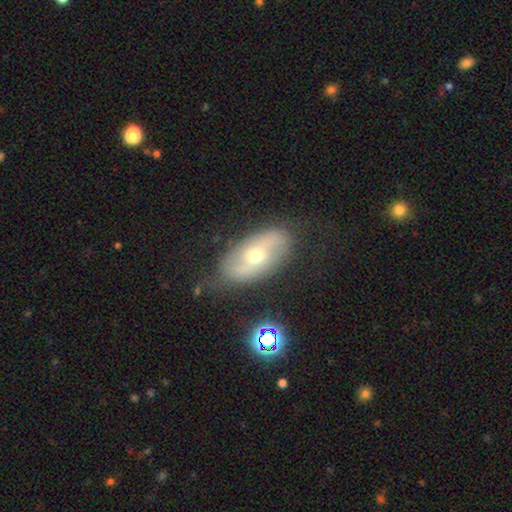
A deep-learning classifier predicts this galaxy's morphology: Smooth or featured? Predicted: featured or disk (p=0.56). Edge-on disk? Predicted: no (p=0.87). Merging? Predicted: none (p=0.74).